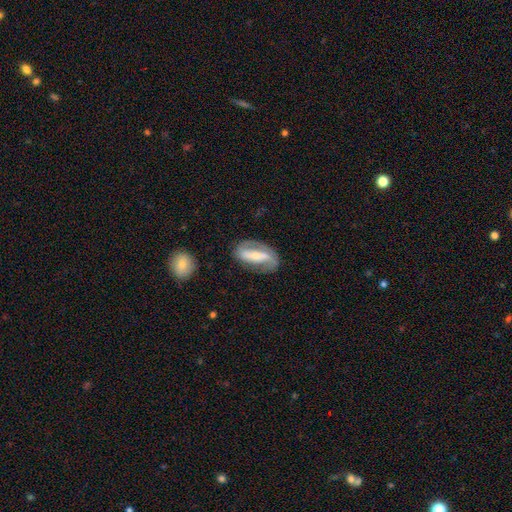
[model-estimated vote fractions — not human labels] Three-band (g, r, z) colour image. It shows a featured or disk galaxy (73%) with a strong bar (64%), spiral arms (75%) and a small central bulge (54%). Merging: none (75%).